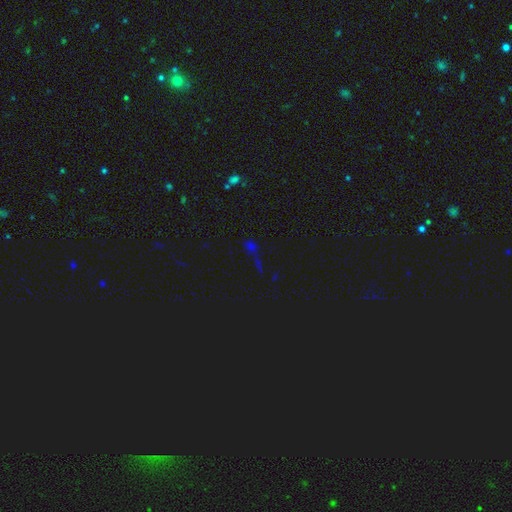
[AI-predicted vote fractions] smooth_or_featured: star or artifact (p=0.72) [alt: smooth p=0.18]